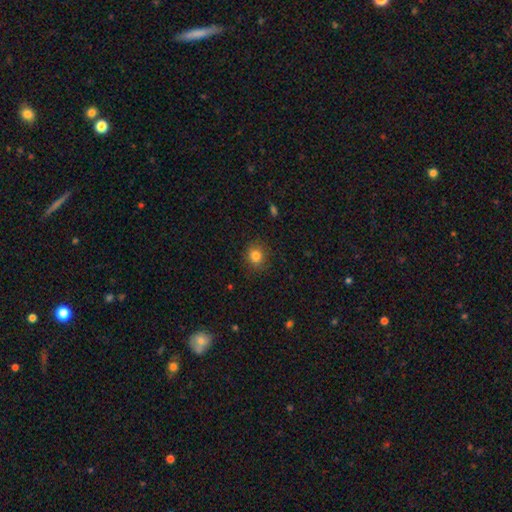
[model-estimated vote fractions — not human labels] smooth 82%, star or artifact 12%, featured or disk 6%. Down the decision tree: how rounded — round (78%); merging — none (86%).